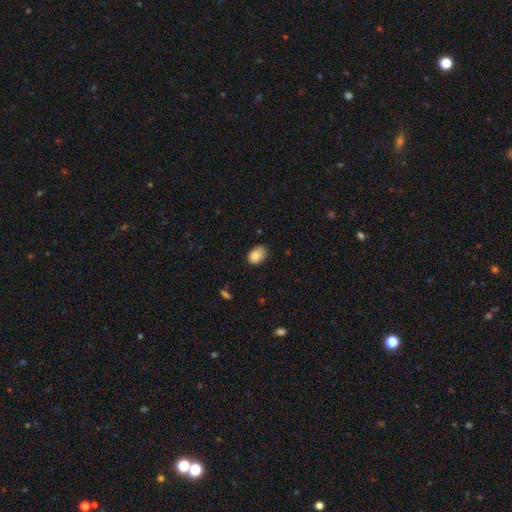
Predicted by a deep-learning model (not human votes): smooth_or_featured: smooth (p=0.85) [alt: star or artifact p=0.08]
how_rounded: in between (p=0.82) [alt: round p=0.17]
merging: none (p=0.71) [alt: minor disturbance p=0.24]